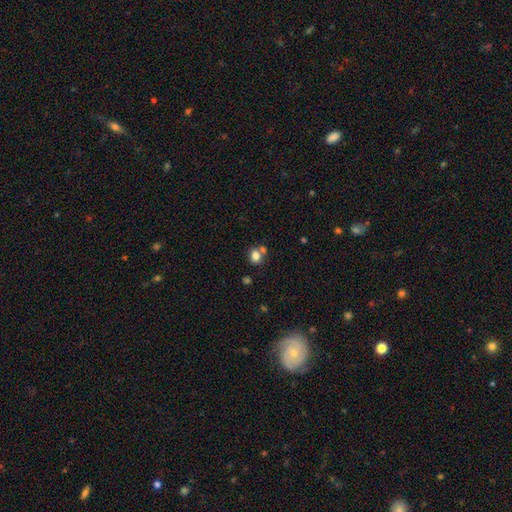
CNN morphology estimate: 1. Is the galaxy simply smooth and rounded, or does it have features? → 80% smooth, 11% star or artifact, 8% featured or disk.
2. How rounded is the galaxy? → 61% round, 38% in between, 1% cigar-shaped.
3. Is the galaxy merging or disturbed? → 57% none, 28% merger, 11% minor disturbance, 4% major disturbance.